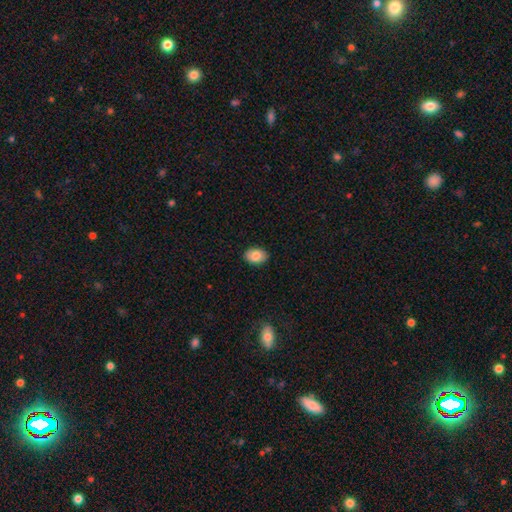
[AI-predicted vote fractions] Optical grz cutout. It shows a smooth galaxy with no disk features (86%) that is in between round and cigar-shaped (83%). Merging: none (89%).